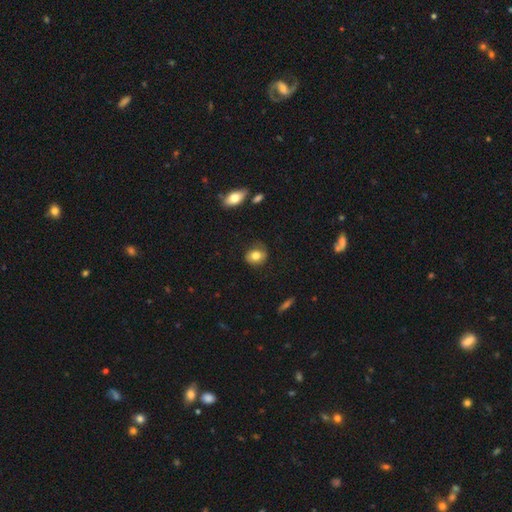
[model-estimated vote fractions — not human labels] A smooth galaxy with no disk features (79%) that is round (60%).

Vote fractions:
- Smooth or featured? smooth: 79% / featured or disk: 13% / star or artifact: 8%
- How rounded? round: 60% / in between: 39% / cigar-shaped: 1%
- Merging? none: 72% / minor disturbance: 21% / major disturbance: 6% / merger: 2%